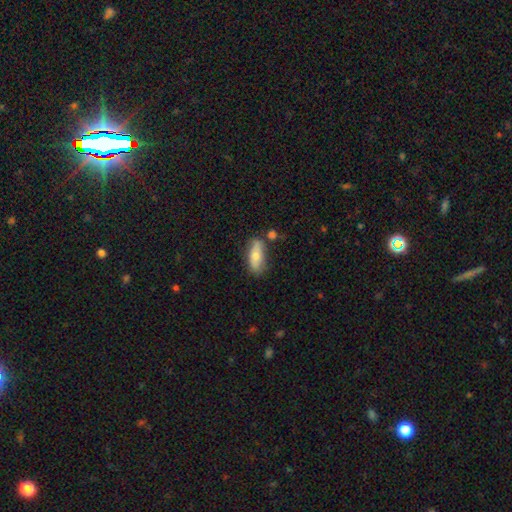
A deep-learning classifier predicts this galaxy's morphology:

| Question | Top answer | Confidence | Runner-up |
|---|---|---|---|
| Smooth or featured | smooth | 69% | featured or disk (25%) |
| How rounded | in between | 68% | cigar-shaped (29%) |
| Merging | none | 71% | minor disturbance (18%) |